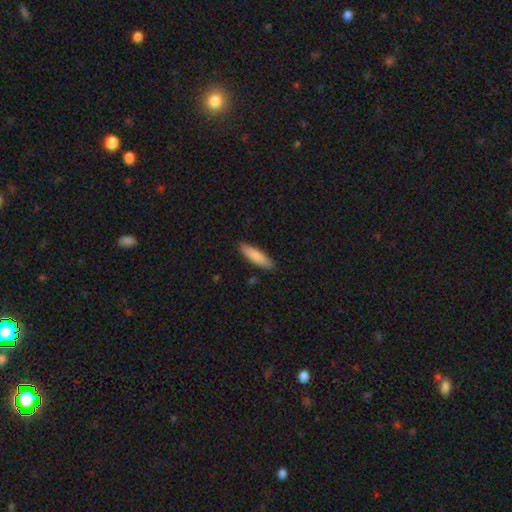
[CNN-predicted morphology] This appears to be a smooth galaxy with no disk features (83%) that is cigar-shaped (68%). Merging: none (89%).